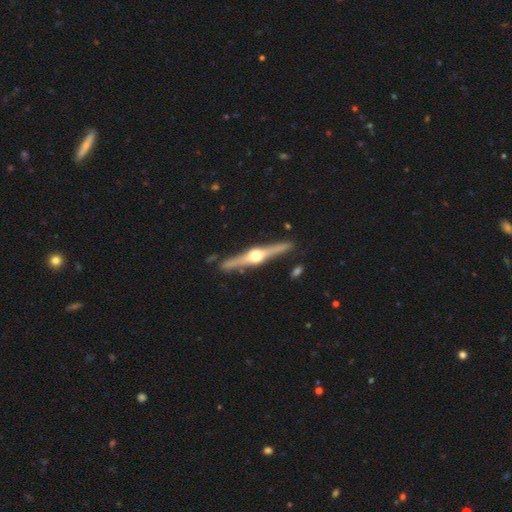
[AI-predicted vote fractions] This appears to be a featured or disk galaxy (86%) viewed edge-on (98%) with a rounded central bulge (96%). Merging: none (89%).